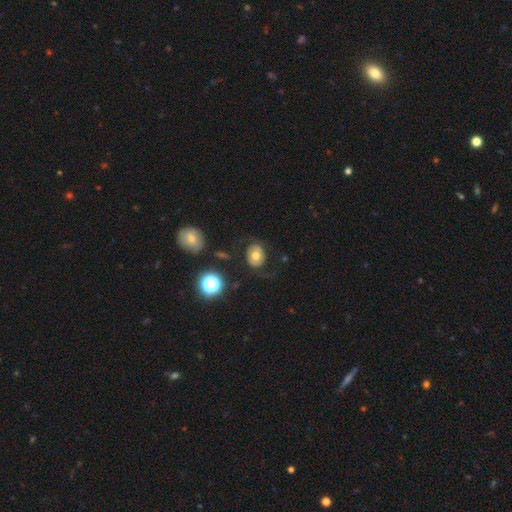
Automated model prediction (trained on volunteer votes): The model was most divided on "how rounded": round: 61%, in between: 38%, cigar-shaped: 1%. More confident: merging — none (76%); smooth or featured — smooth (61%).